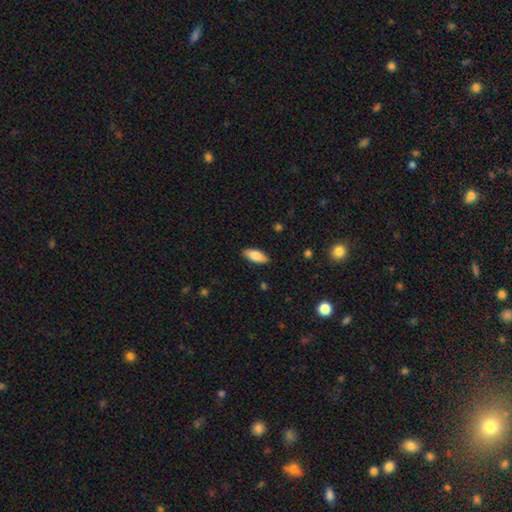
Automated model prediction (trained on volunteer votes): Q: Smooth or featured?
A: smooth (86%); runner-up: featured or disk (8%)
Q: How rounded?
A: in between (84%); runner-up: cigar-shaped (14%)
Q: Merging?
A: none (87%); runner-up: minor disturbance (10%)